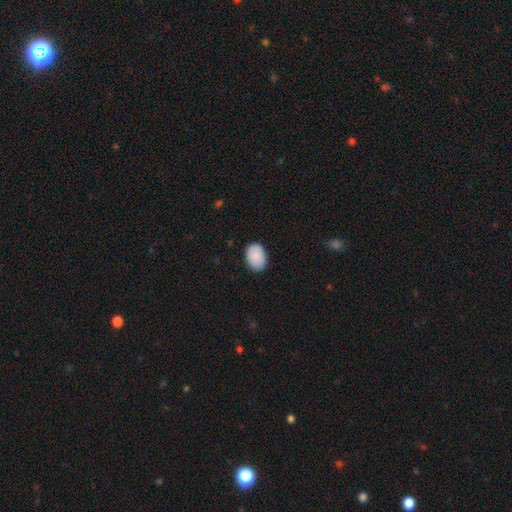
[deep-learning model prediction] Smooth or featured? smooth (88%)
How rounded? in between (82%)
Merging? none (85%)